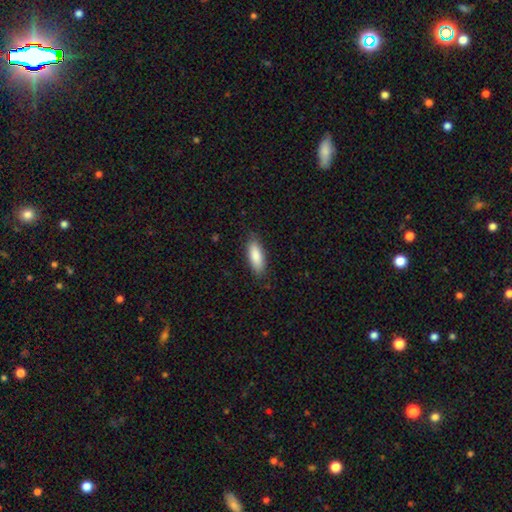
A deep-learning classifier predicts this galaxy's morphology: A smooth galaxy with no disk features (86%) that is in between round and cigar-shaped (69%). Merging: none (84%).